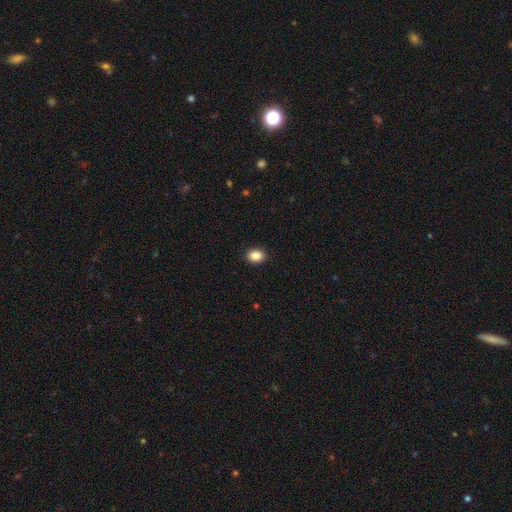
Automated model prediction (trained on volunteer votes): Morphology: type=smooth (89%); roundness=in between (71%); merging=none (90%).